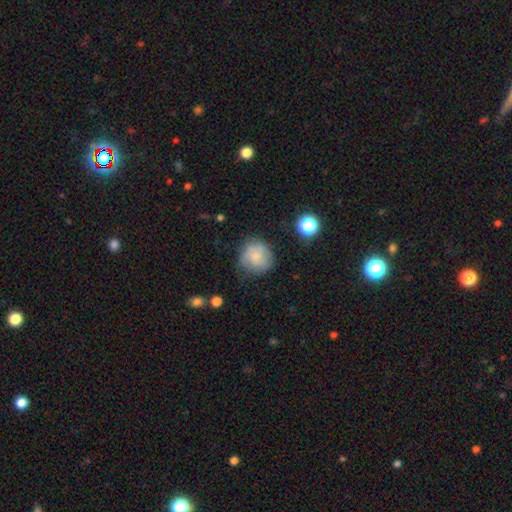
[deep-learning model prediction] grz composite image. It shows a smooth galaxy with no disk features (76%) that is round (91%). Merging: none (72%).